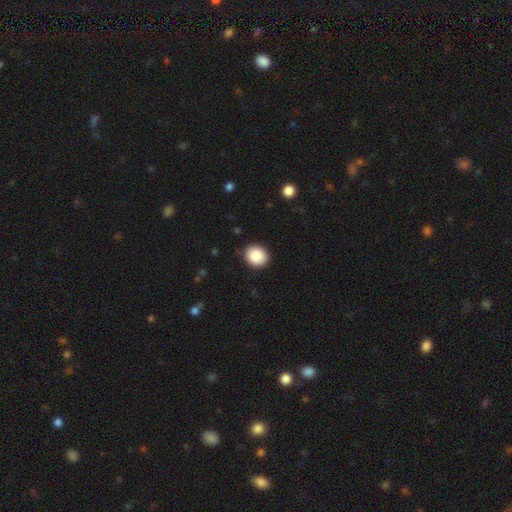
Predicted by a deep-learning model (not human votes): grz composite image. It shows a smooth galaxy with no disk features (87%) that is round (68%). Merging: none (89%).